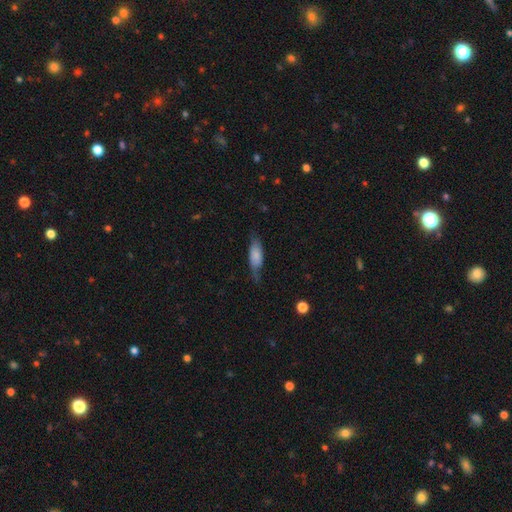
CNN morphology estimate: smooth 70%, featured or disk 23%, star or artifact 7%. Down the decision tree: how rounded — in between (69%); merging — none (57%).